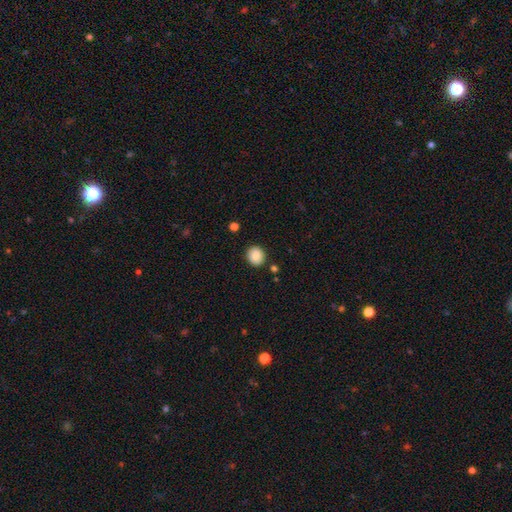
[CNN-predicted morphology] smooth-or-featured: smooth: 87% | star or artifact: 8% | featured or disk: 5%
  how-rounded: round: 83% | in between: 16% | cigar-shaped: 1%
  merging: none: 88% | minor disturbance: 8% | merger: 3% | major disturbance: 2%